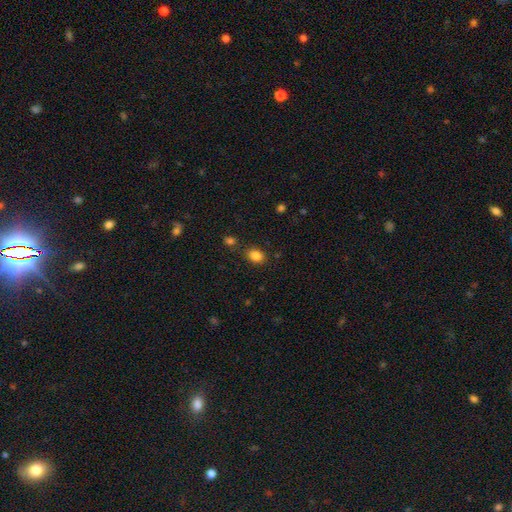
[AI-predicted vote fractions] Morphology: type=smooth (85%); roundness=in between (63%); merging=none (80%).